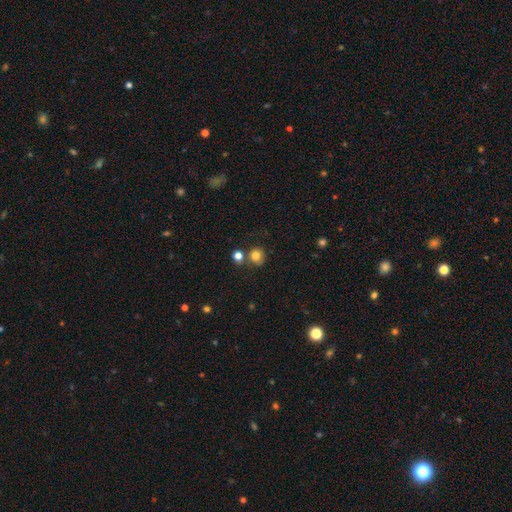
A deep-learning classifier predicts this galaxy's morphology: type=smooth (81%); roundness=round (89%); merging=none (72%).